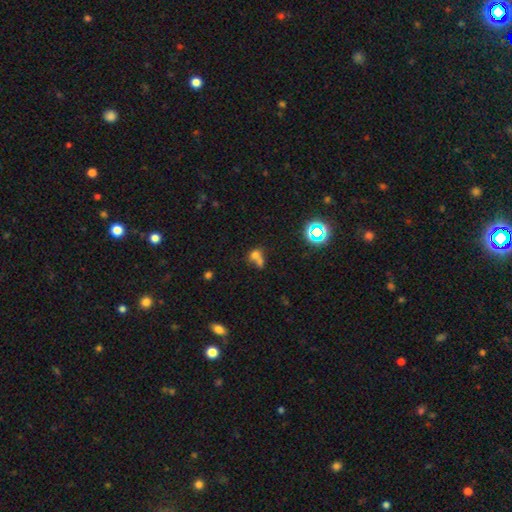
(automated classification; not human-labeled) smooth_or_featured: smooth (p=0.63) [alt: star or artifact p=0.21]
how_rounded: round (p=0.59) [alt: in between p=0.39]
merging: merger (p=0.60) [alt: none p=0.26]